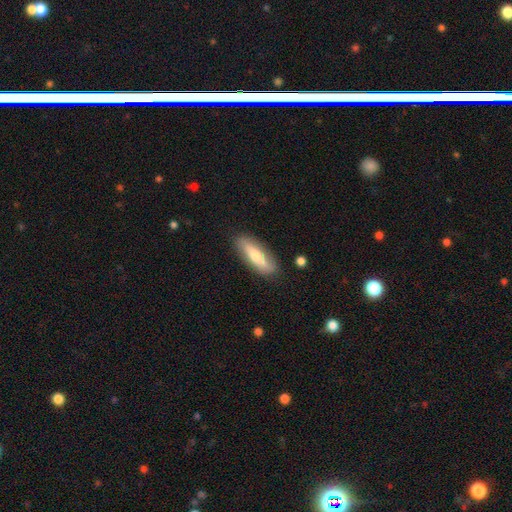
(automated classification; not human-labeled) A smooth galaxy with no disk features (61%) that is cigar-shaped (50%). Merging: none (84%).